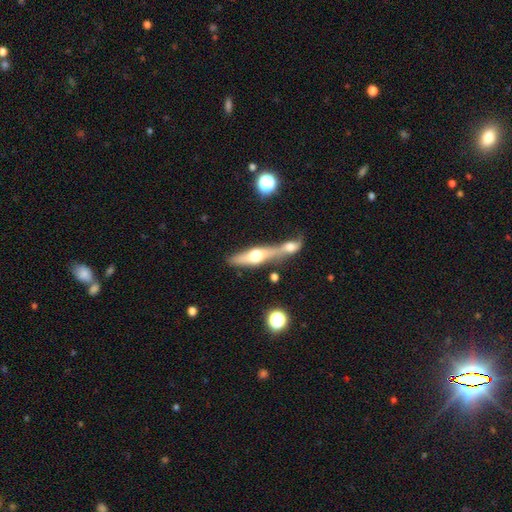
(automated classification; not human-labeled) Q: Smooth or featured?
A: featured or disk (54%); runner-up: smooth (39%)
Q: Edge-on disk?
A: yes (82%); runner-up: no (18%)
Q: Merging?
A: merger (48%); runner-up: none (37%)